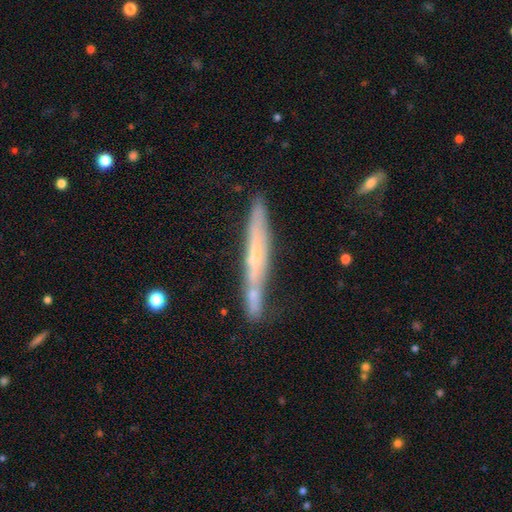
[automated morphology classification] smooth_or_featured: featured or disk (p=0.58) [alt: smooth p=0.34]
disk_edge_on: yes (p=0.89) [alt: no p=0.11]
edge_on_bulge: none (p=0.68) [alt: rounded p=0.24]
merging: none (p=0.70) [alt: minor disturbance p=0.17]